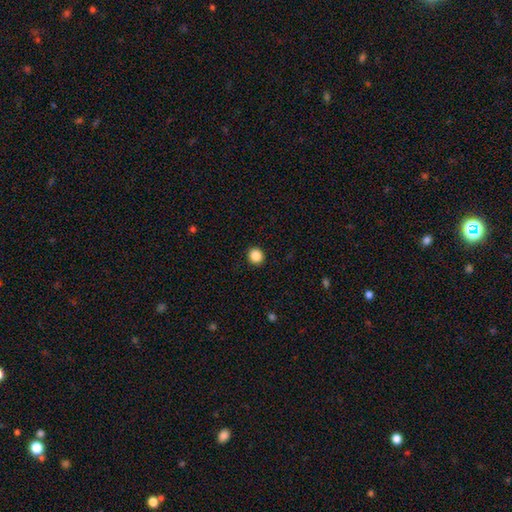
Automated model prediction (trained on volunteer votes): The model was most divided on "smooth or featured": smooth: 87%, star or artifact: 10%, featured or disk: 3%. More confident: merging — none (93%); how rounded — round (91%).